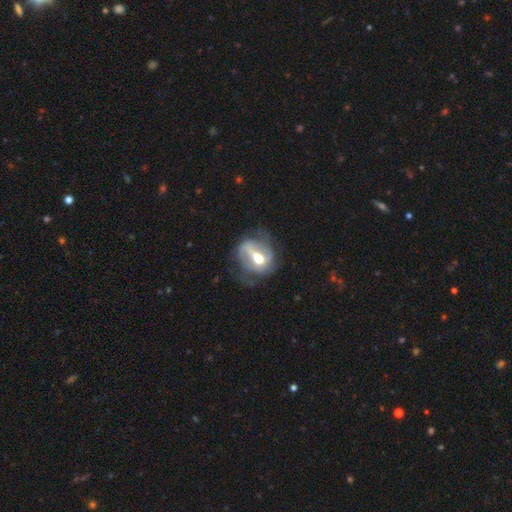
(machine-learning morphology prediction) A featured or disk galaxy (72%) with a strong bar (44%), spiral arms (67%) and a moderate central bulge (72%). Merging: none (52%).